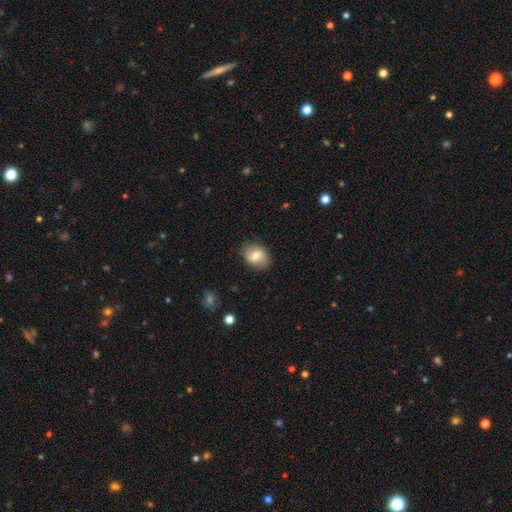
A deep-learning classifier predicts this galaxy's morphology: Smooth or featured?
  - smooth: 64% *
  - featured or disk: 29%
  - star or artifact: 8%
How rounded?
  - in between: 63% *
  - round: 36%
  - cigar-shaped: 1%
Merging?
  - none: 81% *
  - minor disturbance: 15%
  - major disturbance: 4%
  - merger: 1%